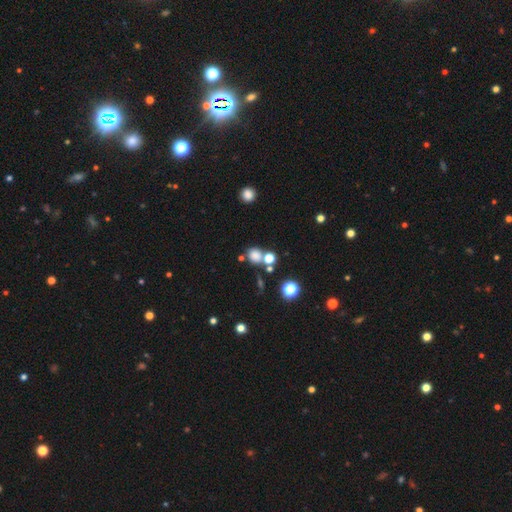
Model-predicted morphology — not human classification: Smooth or featured: smooth — 75% (star or artifact — 18%)
How rounded: round — 79% (in between — 20%)
Merging: none — 60% (merger — 24%)